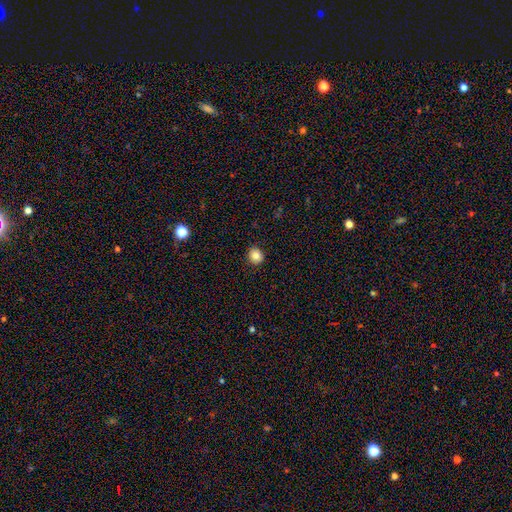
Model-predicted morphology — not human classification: type=smooth (84%); roundness=round (82%); merging=none (90%).